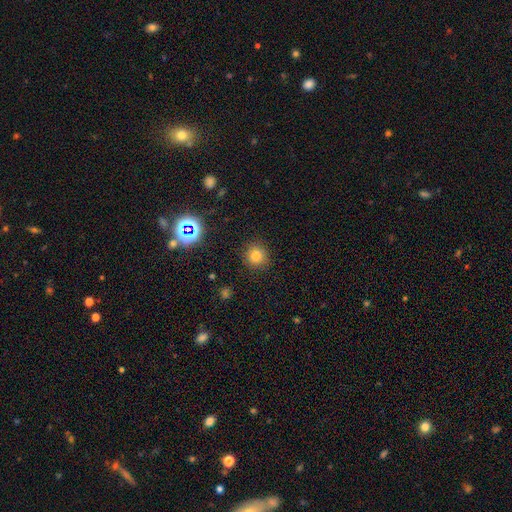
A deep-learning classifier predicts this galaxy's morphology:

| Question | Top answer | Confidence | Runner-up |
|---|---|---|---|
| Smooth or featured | smooth | 77% | star or artifact (16%) |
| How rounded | round | 92% | in between (7%) |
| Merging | none | 89% | minor disturbance (7%) |